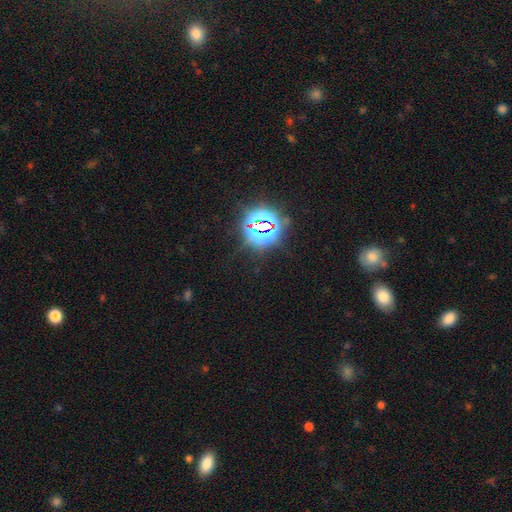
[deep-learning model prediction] A star or artifact, not a galaxy (77%).

Vote fractions:
- Smooth or featured? star or artifact: 77% / smooth: 16% / featured or disk: 7%